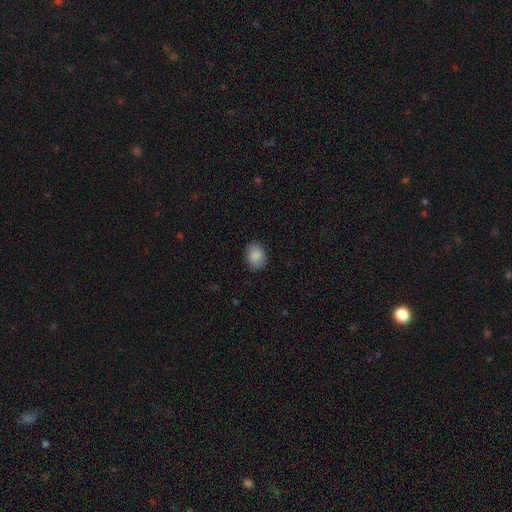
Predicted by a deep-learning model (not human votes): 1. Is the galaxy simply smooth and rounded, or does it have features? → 88% smooth, 8% star or artifact, 4% featured or disk.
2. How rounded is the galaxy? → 53% in between, 46% round, 1% cigar-shaped.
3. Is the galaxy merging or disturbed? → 85% none, 12% minor disturbance, 3% major disturbance, 1% merger.